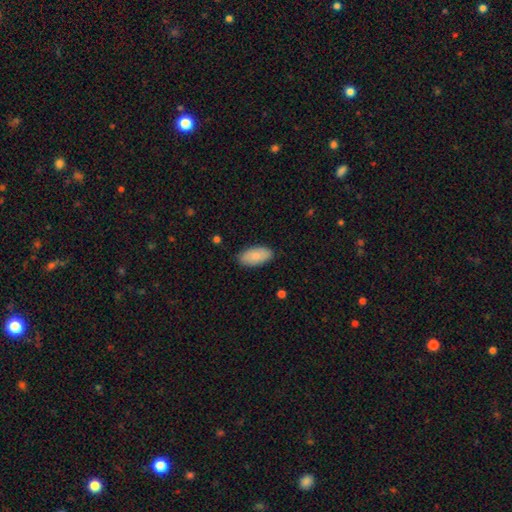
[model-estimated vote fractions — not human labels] smooth 87%, featured or disk 8%, star or artifact 6%. Down the decision tree: how rounded — in between (94%); merging — none (86%).